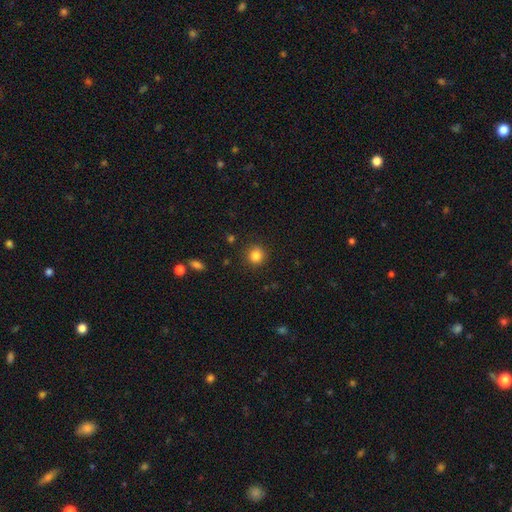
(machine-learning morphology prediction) smooth 83%, star or artifact 11%, featured or disk 5%. Down the decision tree: how rounded — round (89%); merging — none (88%).